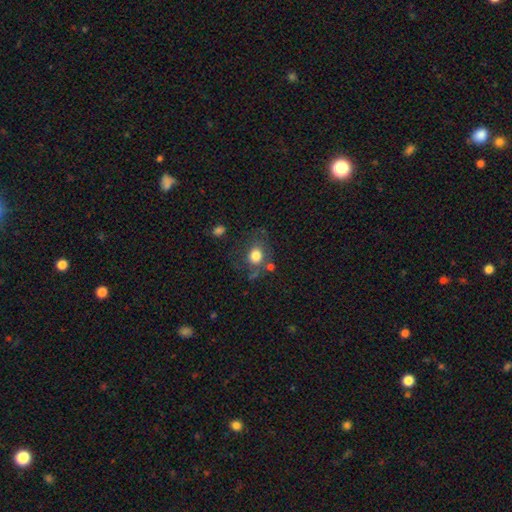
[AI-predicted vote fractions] smooth 78%, featured or disk 12%, star or artifact 10%. Down the decision tree: how rounded — round (67%); merging — none (62%).